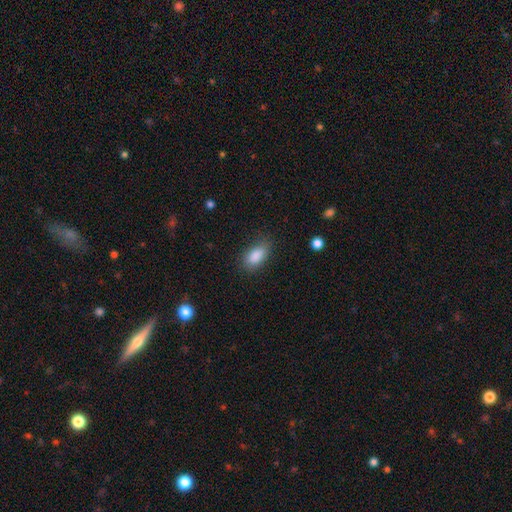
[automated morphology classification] smooth-or-featured: smooth: 87% | star or artifact: 8% | featured or disk: 5%
  how-rounded: in between: 89% | cigar-shaped: 6% | round: 5%
  merging: none: 77% | minor disturbance: 17% | major disturbance: 5% | merger: 1%